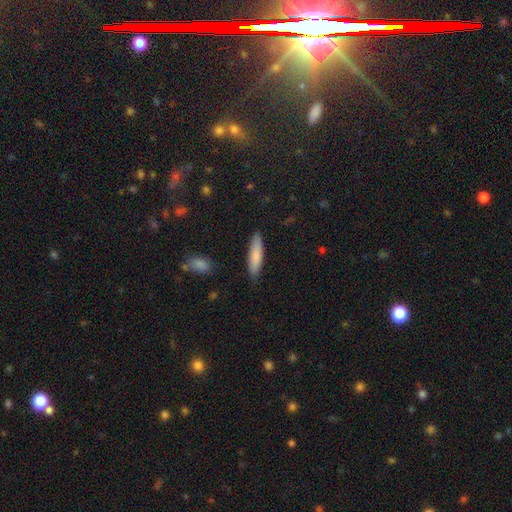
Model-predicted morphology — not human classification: Smooth or featured? smooth (80%)
How rounded? cigar-shaped (76%)
Merging? none (84%)